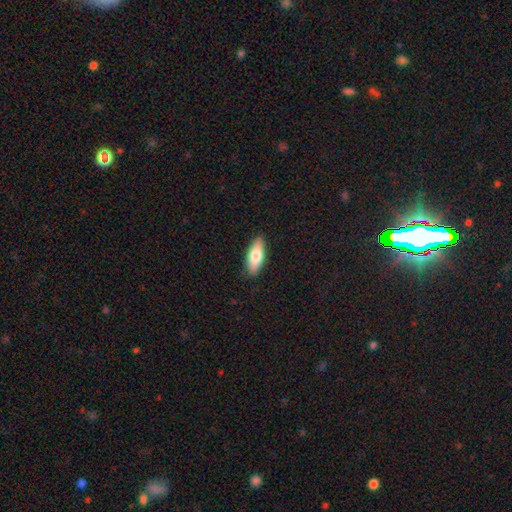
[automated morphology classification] Smooth or featured? Predicted: smooth (p=0.71). How rounded? Predicted: in between (p=0.67). Merging? Predicted: none (p=0.89).